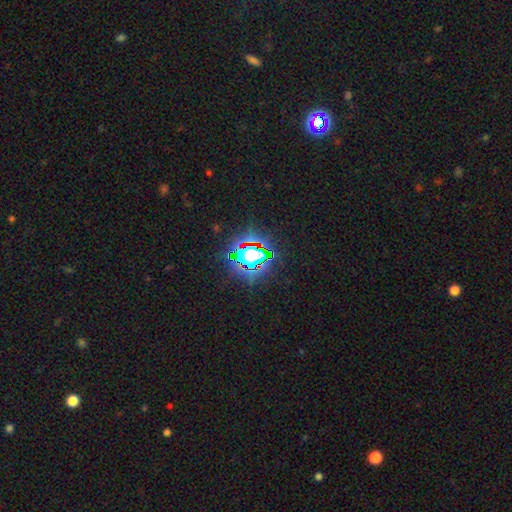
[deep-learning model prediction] smooth_or_featured: star or artifact (p=0.81) [alt: smooth p=0.11]